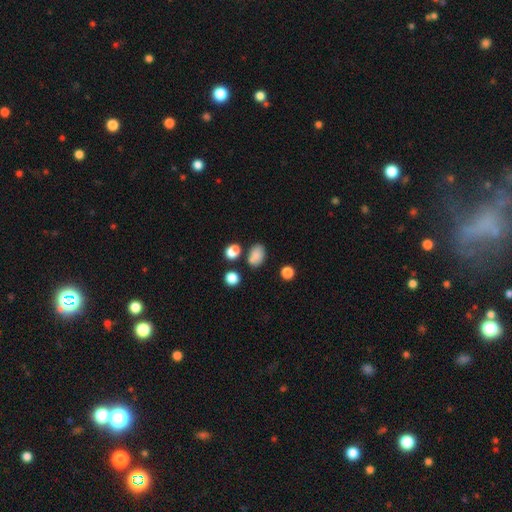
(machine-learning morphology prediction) Smooth or featured? Predicted: smooth (p=0.83). How rounded? Predicted: in between (p=0.84). Merging? Predicted: none (p=0.70).